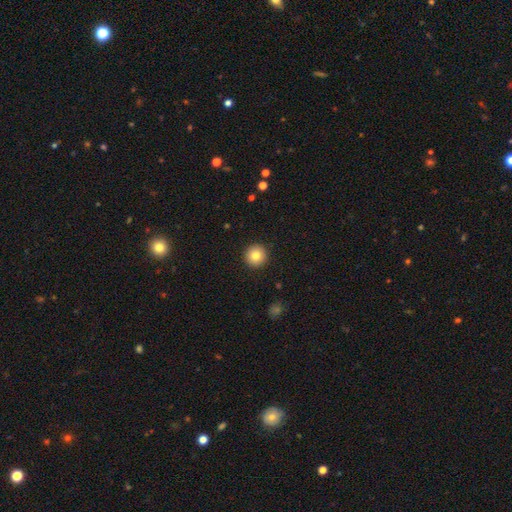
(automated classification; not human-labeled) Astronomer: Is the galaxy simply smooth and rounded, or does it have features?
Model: smooth — 81%.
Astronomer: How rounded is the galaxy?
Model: round — 96%.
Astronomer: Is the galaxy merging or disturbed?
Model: none — 93%.